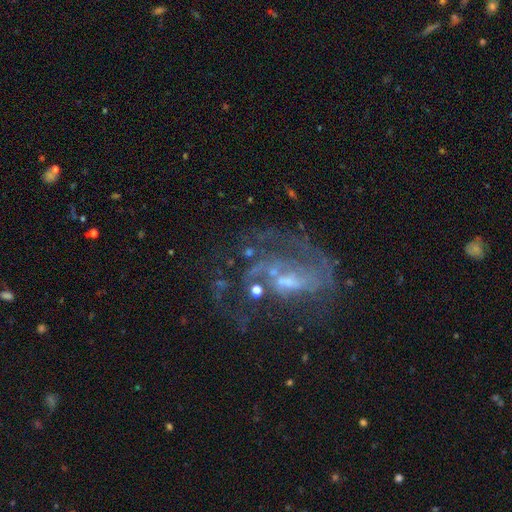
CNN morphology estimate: Q: Smooth or featured?
A: featured or disk (78%); runner-up: star or artifact (12%)
Q: Edge-on disk?
A: no (97%); runner-up: yes (3%)
Q: Bar?
A: no (45%); runner-up: weak (42%)
Q: Spiral arms?
A: yes (78%); runner-up: no (22%)
Q: Spiral winding?
A: medium (42%); runner-up: loose (32%)
Q: Spiral arm count?
A: can't tell (30%); tied with: 2 (30%)
Q: Bulge size?
A: small (43%); runner-up: moderate (32%)
Q: Merging?
A: none (39%); runner-up: major disturbance (36%)